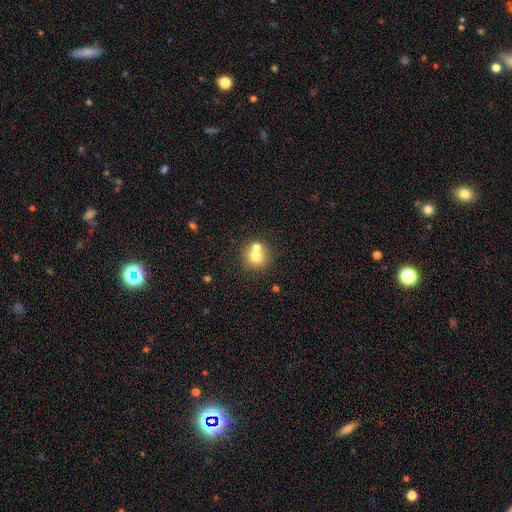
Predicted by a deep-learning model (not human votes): This is likely a smooth galaxy (70%). How rounded: clearly round (90%). Merging: possibly none (55%).